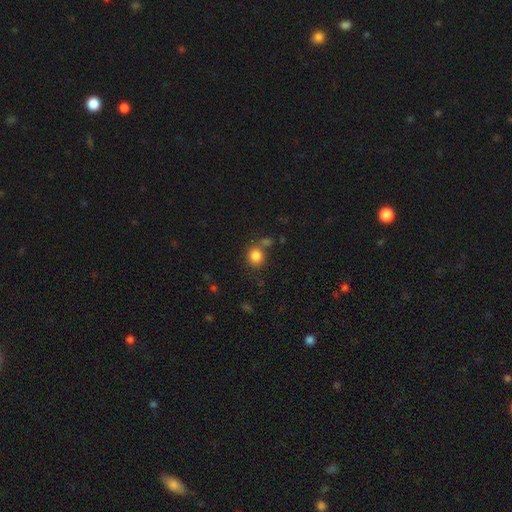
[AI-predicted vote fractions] smooth 84%, star or artifact 11%, featured or disk 6%. Down the decision tree: how rounded — round (81%); merging — none (67%).